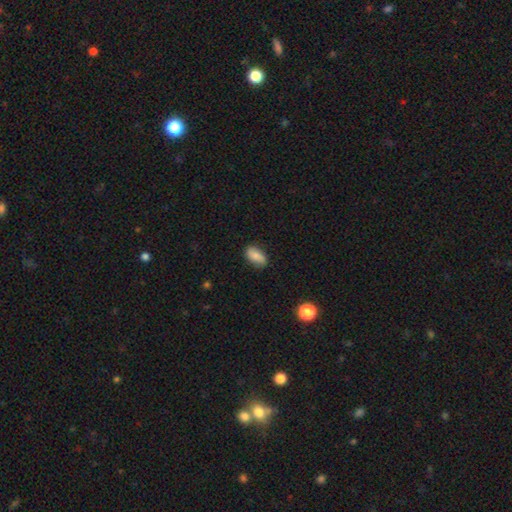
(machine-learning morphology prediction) smooth_or_featured: smooth (p=0.78) [alt: featured or disk p=0.15]
how_rounded: in between (p=0.92) [alt: round p=0.04]
merging: none (p=0.78) [alt: minor disturbance p=0.18]